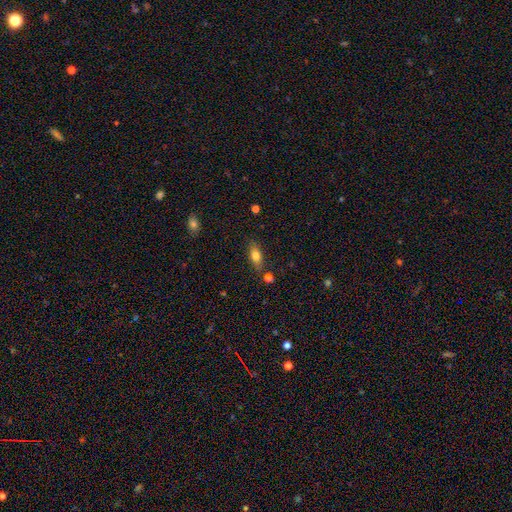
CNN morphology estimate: Smooth or featured: smooth — 73% (featured or disk — 19%)
How rounded: in between — 76% (cigar-shaped — 18%)
Merging: none — 77% (minor disturbance — 14%)